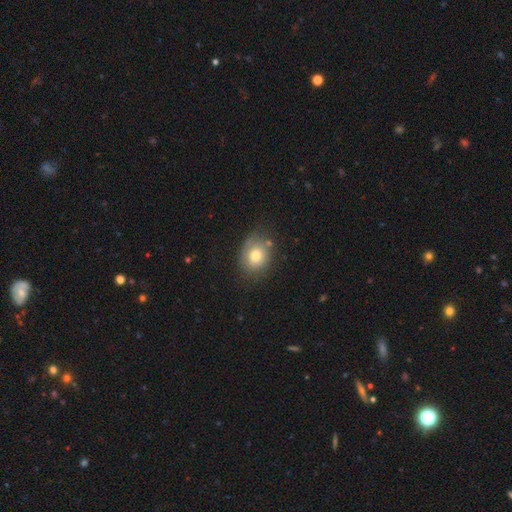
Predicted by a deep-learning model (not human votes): A smooth galaxy with no disk features (74%) that is round (54%). Merging: none (67%).